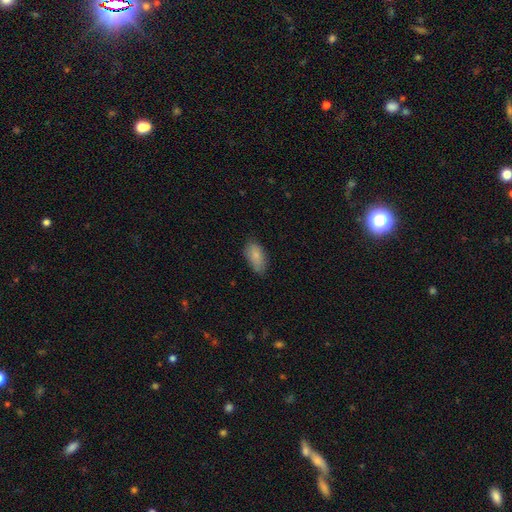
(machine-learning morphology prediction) This appears to be a smooth galaxy with no disk features (82%) that is in between round and cigar-shaped (91%). Merging: none (70%).